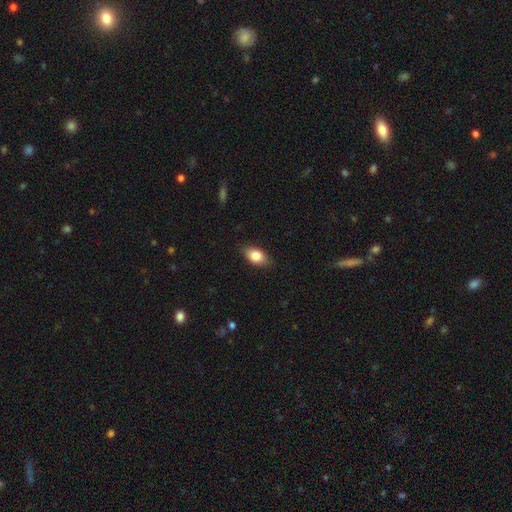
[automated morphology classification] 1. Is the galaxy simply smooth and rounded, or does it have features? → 81% smooth, 12% featured or disk, 7% star or artifact.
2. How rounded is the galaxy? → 85% in between, 12% round, 4% cigar-shaped.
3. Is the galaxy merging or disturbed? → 81% none, 15% minor disturbance, 3% major disturbance, 1% merger.